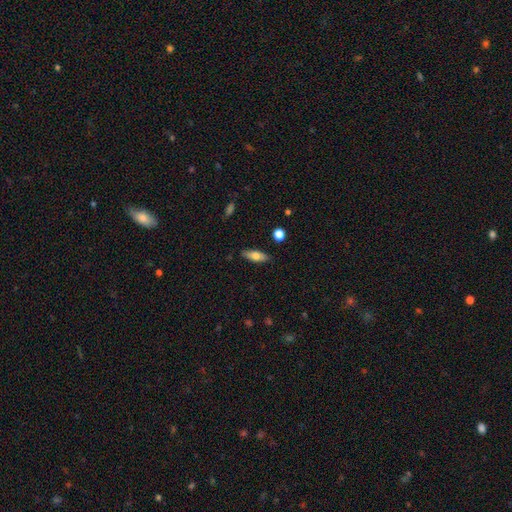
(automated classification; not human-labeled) Smooth or featured? Predicted: smooth (p=0.67). How rounded? Predicted: in between (p=0.63). Merging? Predicted: none (p=0.85).